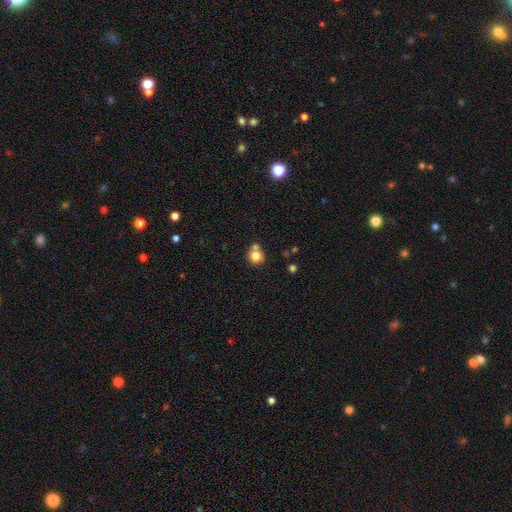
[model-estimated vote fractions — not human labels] A smooth galaxy with no disk features (79%) that is round (88%).

Vote fractions:
- Smooth or featured? smooth: 79% / featured or disk: 11% / star or artifact: 10%
- How rounded? round: 88% / in between: 11% / cigar-shaped: 1%
- Merging? none: 53% / merger: 34% / minor disturbance: 10% / major disturbance: 3%